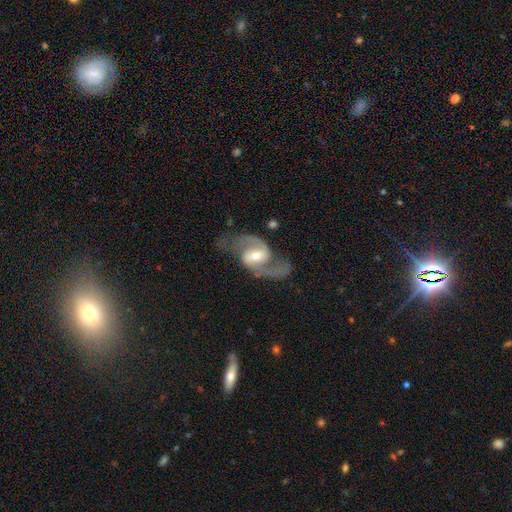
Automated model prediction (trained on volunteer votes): Smooth or featured? featured or disk (90%)
Edge-on disk? no (97%)
Bar? weak (48%)
Spiral arms? yes (97%)
Spiral winding? medium (47%)
Spiral arm count? 2 (93%)
Bulge size? moderate (54%)
Merging? none (72%)